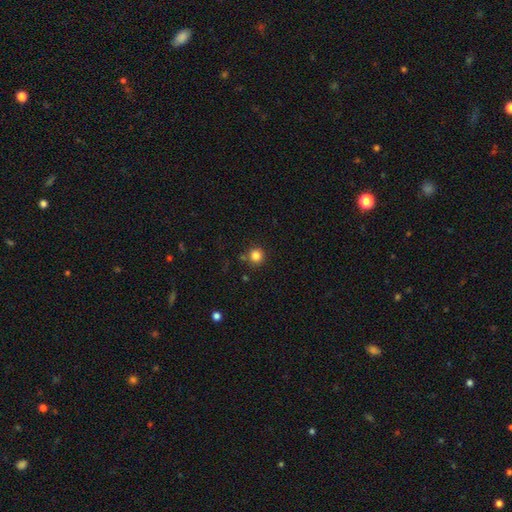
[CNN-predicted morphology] smooth 83%, star or artifact 12%, featured or disk 5%. Down the decision tree: how rounded — round (93%); merging — none (83%).